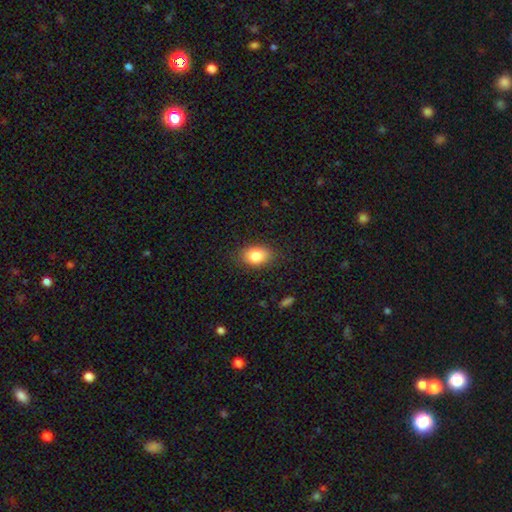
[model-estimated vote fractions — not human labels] Morphology: type=smooth (85%); roundness=in between (82%); merging=none (82%).